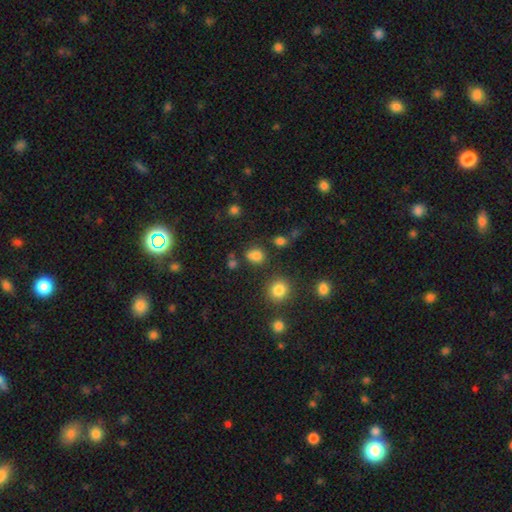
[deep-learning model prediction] Q: Smooth or featured?
A: smooth (76%); runner-up: star or artifact (18%)
Q: How rounded?
A: round (67%); runner-up: in between (32%)
Q: Merging?
A: none (63%); runner-up: merger (17%)